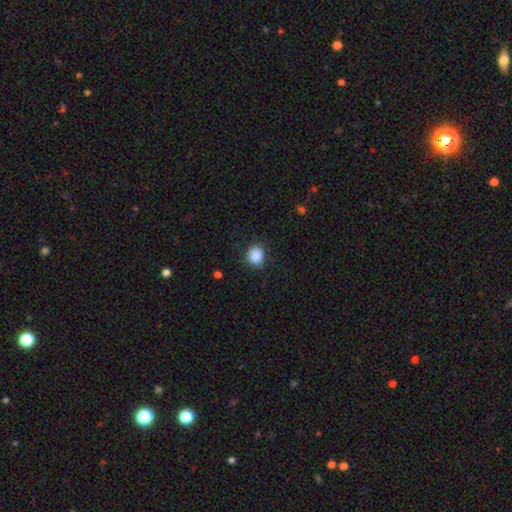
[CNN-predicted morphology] Smooth or featured? Predicted: smooth (p=0.88). How rounded? Predicted: round (p=0.71). Merging? Predicted: none (p=0.81).